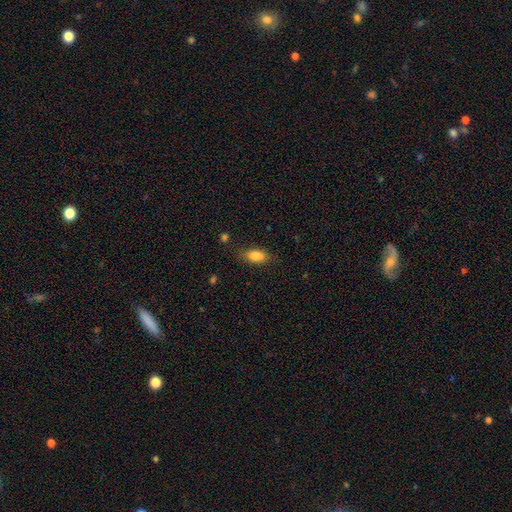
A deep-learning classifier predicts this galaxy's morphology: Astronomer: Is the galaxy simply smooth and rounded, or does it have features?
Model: smooth — 83%.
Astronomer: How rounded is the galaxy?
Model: in between — 87%.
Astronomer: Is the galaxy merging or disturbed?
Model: none — 79%.